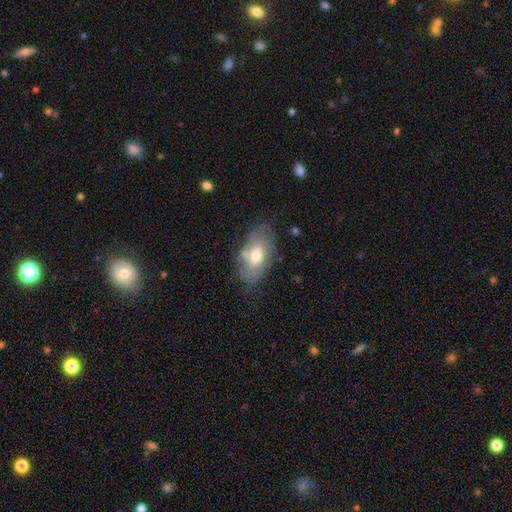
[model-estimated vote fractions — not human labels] Smooth or featured: featured or disk — 51% (smooth — 42%)
Edge-on disk: no — 90% (yes — 10%)
Merging: none — 63% (minor disturbance — 24%)